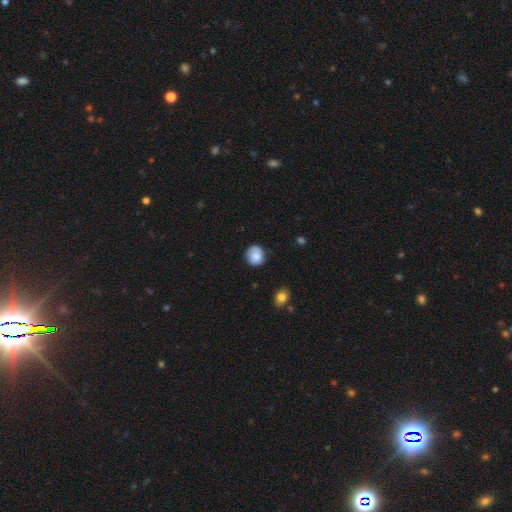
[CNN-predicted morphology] Smooth or featured: smooth — 79% (featured or disk — 13%)
How rounded: round — 83% (in between — 16%)
Merging: none — 75% (minor disturbance — 19%)